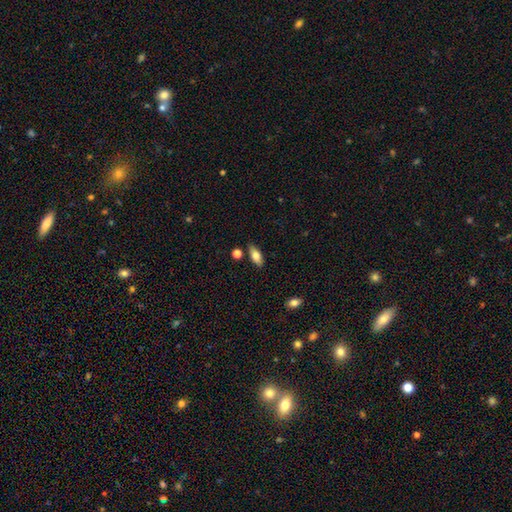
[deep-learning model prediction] The model was most divided on "smooth or featured": smooth: 75%, featured or disk: 18%, star or artifact: 7%. More confident: merging — none (82%); how rounded — in between (79%).